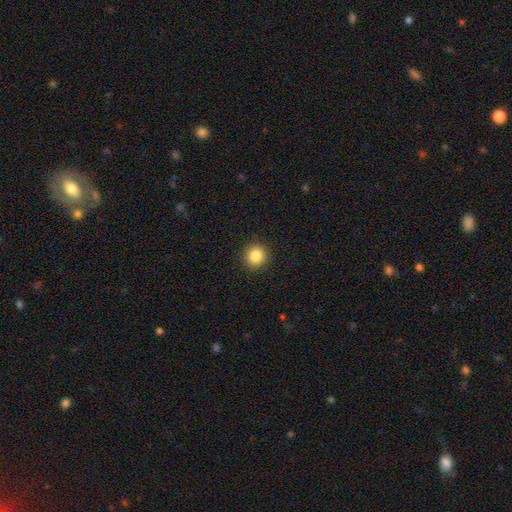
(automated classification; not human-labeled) Smooth or featured? Predicted: smooth (p=0.86). How rounded? Predicted: round (p=0.92). Merging? Predicted: none (p=0.91).